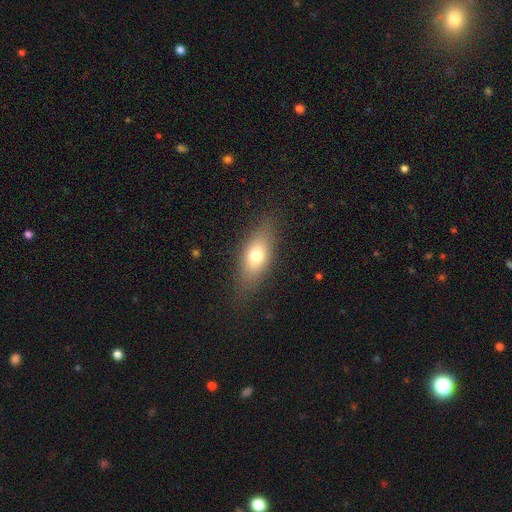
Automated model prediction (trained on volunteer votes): A smooth galaxy with no disk features (70%) that is in between round and cigar-shaped (78%).

Vote fractions:
- Smooth or featured? smooth: 70% / featured or disk: 20% / star or artifact: 10%
- How rounded? in between: 78% / cigar-shaped: 15% / round: 7%
- Merging? none: 80% / minor disturbance: 13% / major disturbance: 5% / merger: 1%